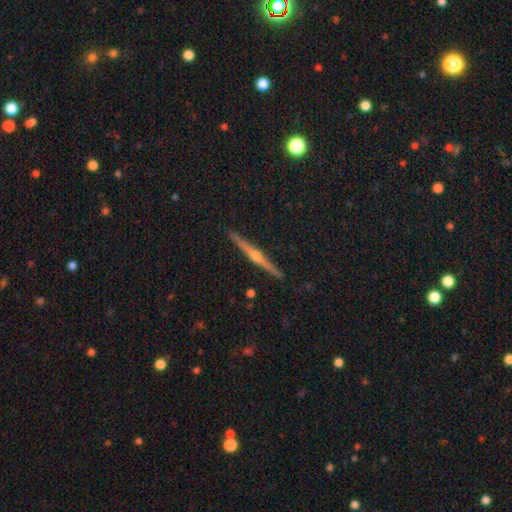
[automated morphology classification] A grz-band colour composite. It shows a featured or disk galaxy (84%) viewed edge-on (99%) with a rounded central bulge (91%). Merging: none (93%).